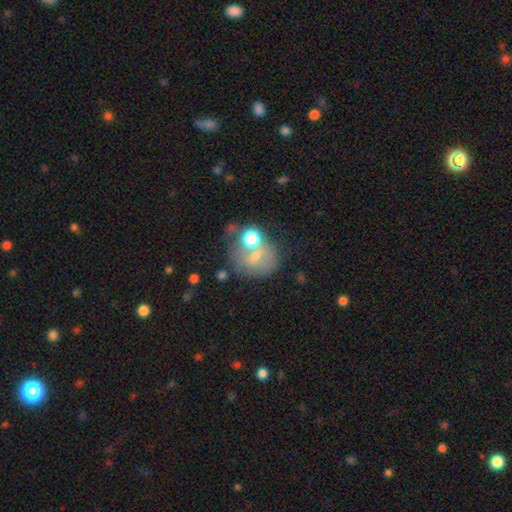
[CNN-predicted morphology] type=smooth (45%); merging=none (48%).